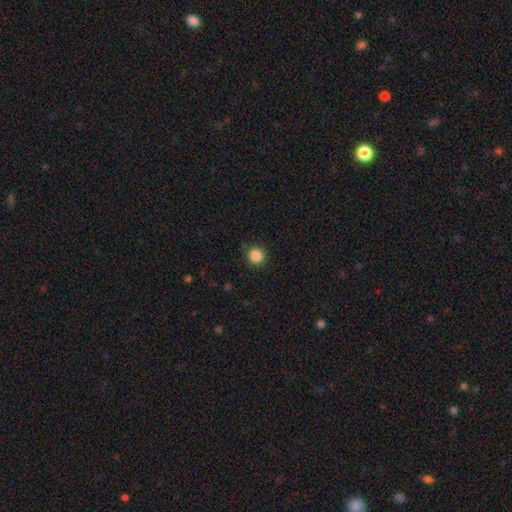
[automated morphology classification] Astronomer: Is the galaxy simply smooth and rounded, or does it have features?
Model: smooth — 86%.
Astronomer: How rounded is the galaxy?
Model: round — 92%.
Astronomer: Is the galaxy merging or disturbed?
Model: none — 86%.